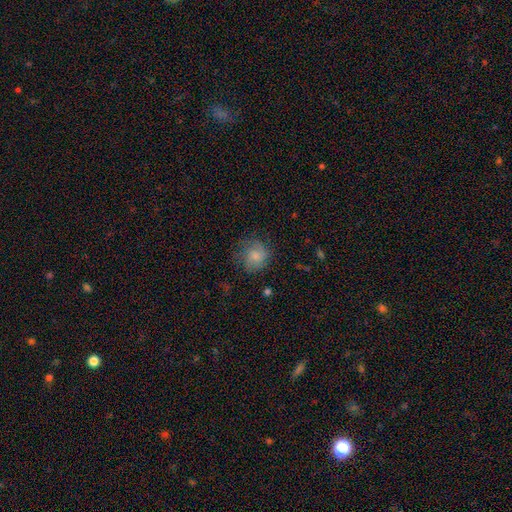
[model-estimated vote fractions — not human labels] A smooth galaxy with no disk features (75%) that is round (80%). Merging: none (60%).